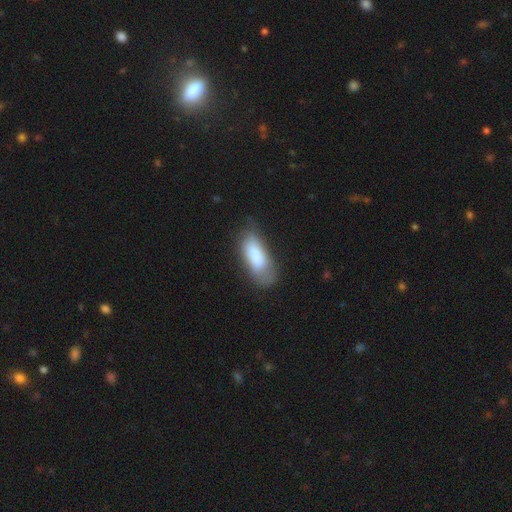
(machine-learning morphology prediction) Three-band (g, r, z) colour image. It shows a smooth galaxy with no disk features (79%) that is in between round and cigar-shaped (80%). Merging: none (58%).